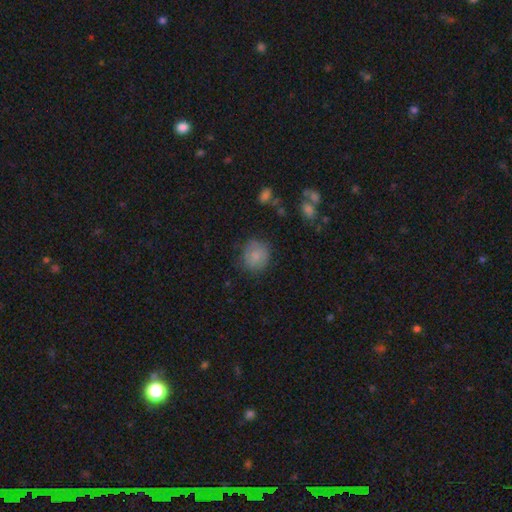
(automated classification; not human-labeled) smooth-or-featured: smooth: 80% | featured or disk: 11% | star or artifact: 9%
  how-rounded: round: 83% | in between: 16% | cigar-shaped: 1%
  merging: none: 74% | minor disturbance: 19% | major disturbance: 5% | merger: 2%